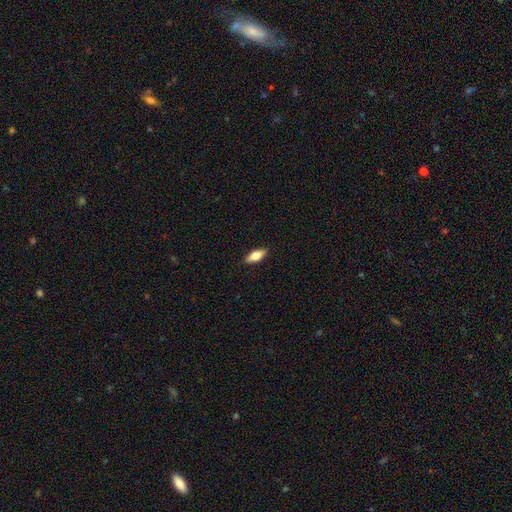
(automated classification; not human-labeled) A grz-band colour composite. It shows a smooth galaxy with no disk features (67%) that is in between round and cigar-shaped (78%). Merging: none (89%).